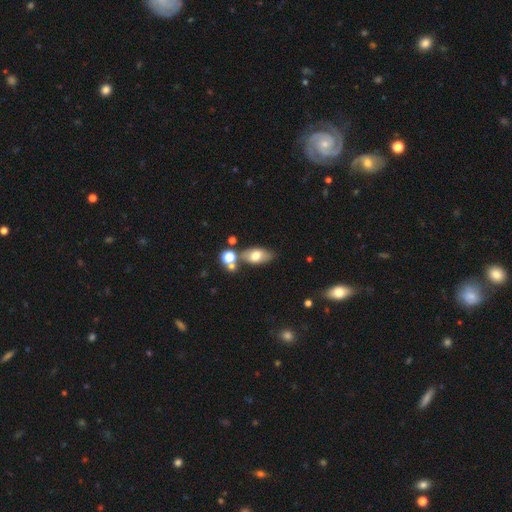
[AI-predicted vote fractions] This appears to be a smooth galaxy with no disk features (67%) that is in between round and cigar-shaped (87%). Merging: none (66%).